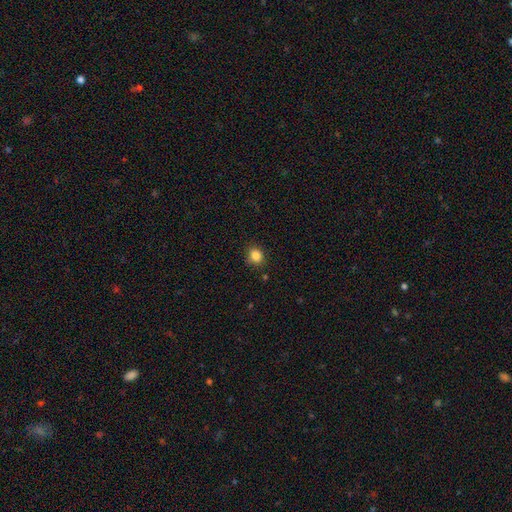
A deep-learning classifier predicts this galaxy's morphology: Smooth or featured: smooth — 84% (star or artifact — 11%)
How rounded: round — 75% (in between — 25%)
Merging: none — 87% (minor disturbance — 9%)